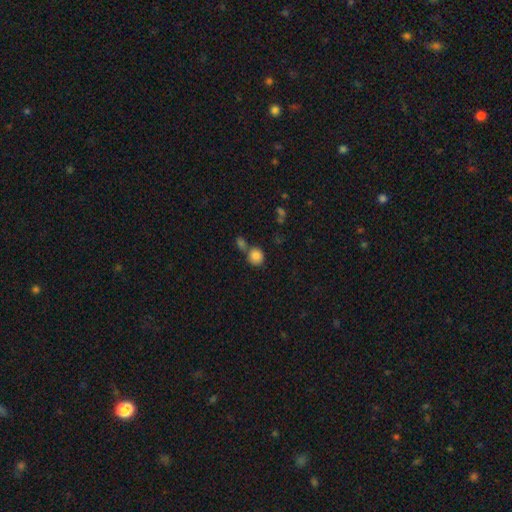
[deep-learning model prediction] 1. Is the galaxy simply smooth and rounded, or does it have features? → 84% smooth, 10% star or artifact, 7% featured or disk.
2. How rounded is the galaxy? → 84% round, 15% in between, 1% cigar-shaped.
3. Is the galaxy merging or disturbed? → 57% none, 30% merger, 10% minor disturbance, 4% major disturbance.